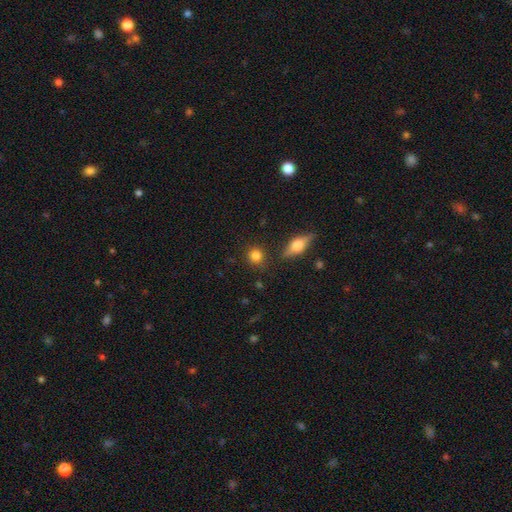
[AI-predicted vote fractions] The model was most divided on "smooth or featured": smooth: 83%, star or artifact: 10%, featured or disk: 8%. More confident: how rounded — round (86%); merging — none (85%).